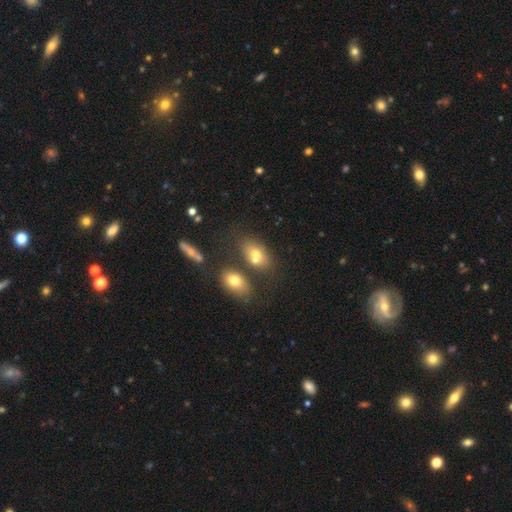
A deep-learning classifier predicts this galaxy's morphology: Smooth or featured? smooth (68%)
How rounded? in between (77%)
Merging? merger (42%)